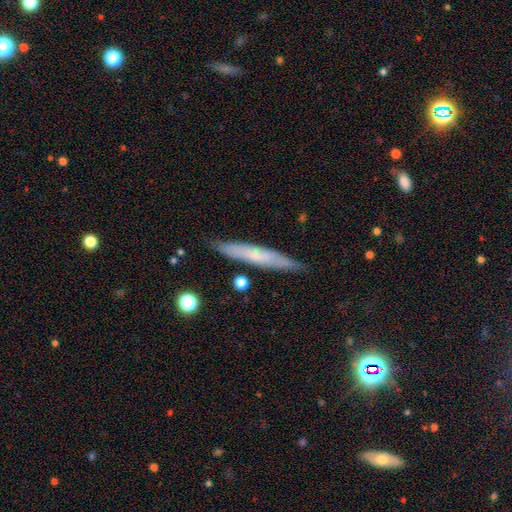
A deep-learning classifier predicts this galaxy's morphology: smooth_or_featured: smooth (p=0.48) [alt: featured or disk p=0.44]
merging: none (p=0.86) [alt: minor disturbance p=0.10]